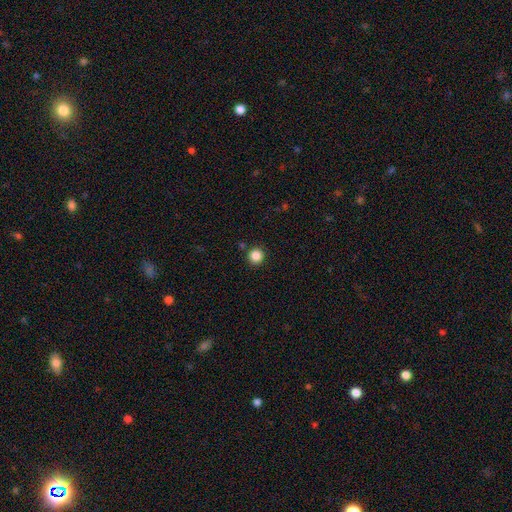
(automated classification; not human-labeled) smooth 86%, star or artifact 11%, featured or disk 3%. Down the decision tree: how rounded — round (95%); merging — none (90%).